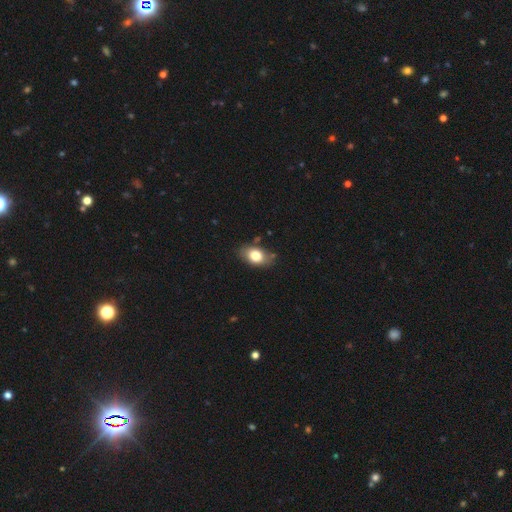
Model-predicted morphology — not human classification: Overall: smooth (78%). How rounded: in between (85%). Merging: none (78%).